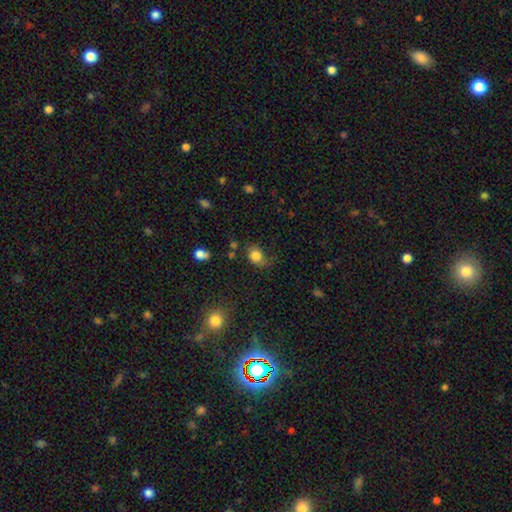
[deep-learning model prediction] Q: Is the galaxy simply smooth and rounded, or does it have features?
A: smooth — 80%.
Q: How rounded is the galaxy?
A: round — 50%.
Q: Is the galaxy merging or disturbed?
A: none — 49%.